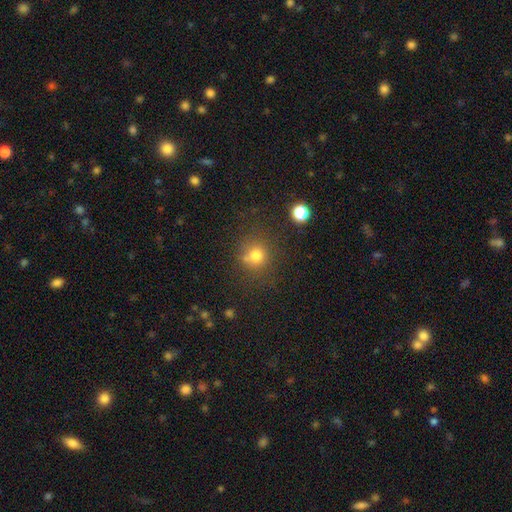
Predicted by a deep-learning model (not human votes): Smooth or featured?
  - smooth: 76% *
  - star or artifact: 16%
  - featured or disk: 8%
How rounded?
  - round: 87% *
  - in between: 12%
  - cigar-shaped: 1%
Merging?
  - none: 70% *
  - minor disturbance: 13%
  - merger: 11%
  - major disturbance: 6%